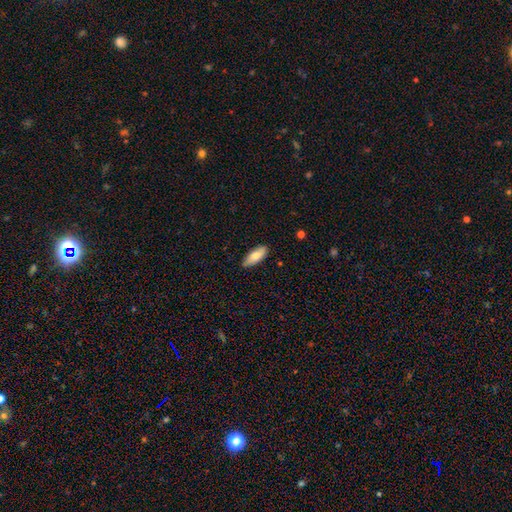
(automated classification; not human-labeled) Smooth or featured? smooth (79%)
How rounded? in between (79%)
Merging? none (84%)